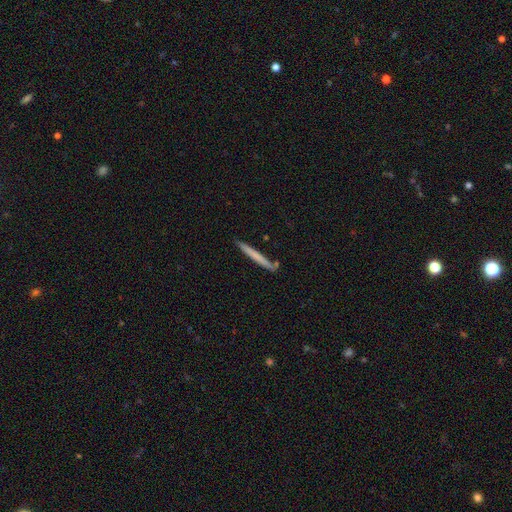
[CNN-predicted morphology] This appears to be a smooth galaxy with no disk features (64%) that is cigar-shaped (97%). Merging: none (85%).